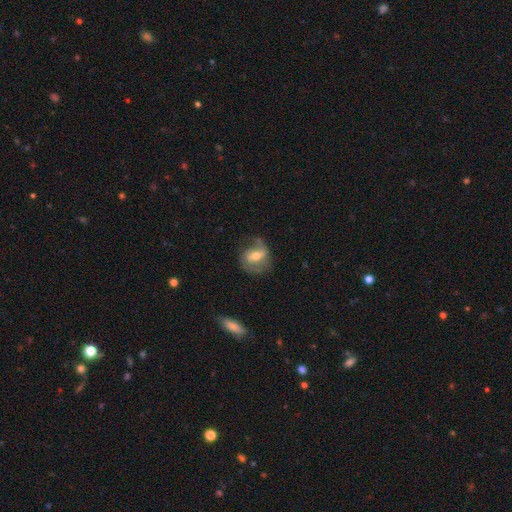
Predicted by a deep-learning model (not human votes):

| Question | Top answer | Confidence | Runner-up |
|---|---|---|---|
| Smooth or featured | featured or disk | 60% | smooth (33%) |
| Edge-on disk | no | 95% | yes (5%) |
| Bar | weak | 44% | strong (32%) |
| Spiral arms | yes | 77% | no (23%) |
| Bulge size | moderate | 66% | small (24%) |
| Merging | none | 57% | minor disturbance (25%) |